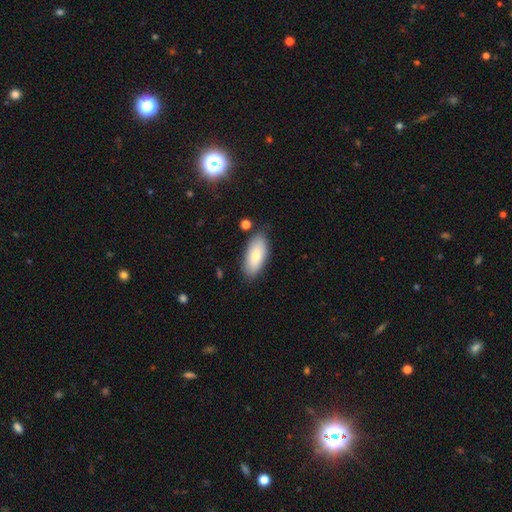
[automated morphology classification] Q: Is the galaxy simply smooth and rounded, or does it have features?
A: smooth — 76%.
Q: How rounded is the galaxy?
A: in between — 89%.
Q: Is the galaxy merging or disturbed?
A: none — 80%.